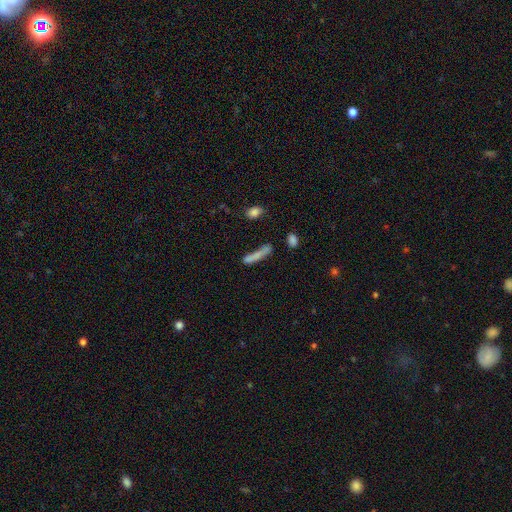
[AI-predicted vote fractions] Smooth or featured: smooth — 72% (featured or disk — 18%)
How rounded: cigar-shaped — 86% (in between — 12%)
Merging: none — 52% (minor disturbance — 21%)